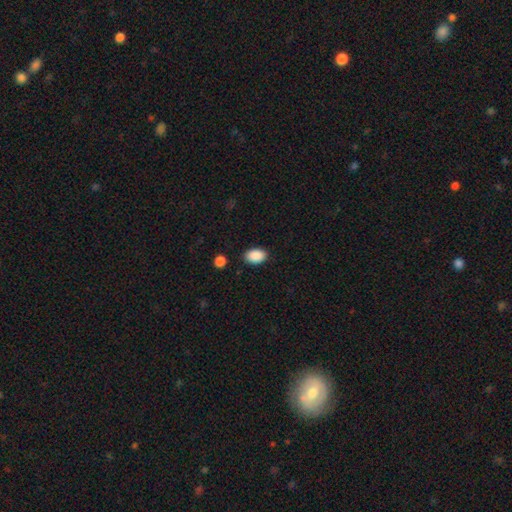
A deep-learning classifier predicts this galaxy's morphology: Smooth or featured?
  - smooth: 90% *
  - star or artifact: 7%
  - featured or disk: 3%
How rounded?
  - in between: 88% *
  - round: 11%
  - cigar-shaped: 1%
Merging?
  - none: 87% *
  - minor disturbance: 9%
  - major disturbance: 2%
  - merger: 2%